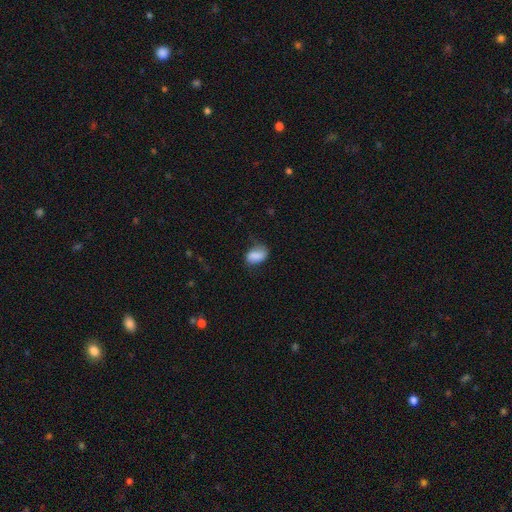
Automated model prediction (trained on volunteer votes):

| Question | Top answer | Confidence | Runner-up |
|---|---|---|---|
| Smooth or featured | smooth | 81% | featured or disk (11%) |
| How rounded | in between | 88% | round (11%) |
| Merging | none | 54% | minor disturbance (32%) |